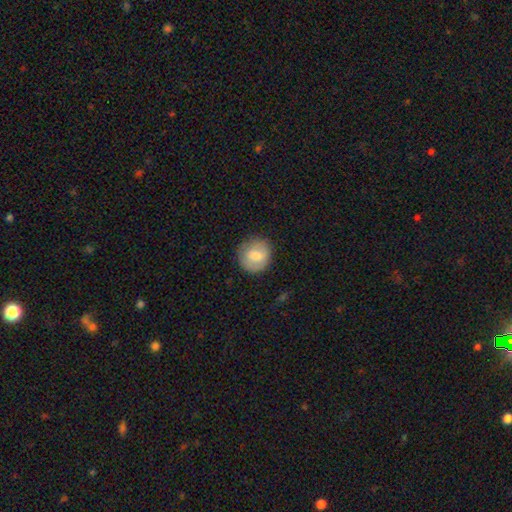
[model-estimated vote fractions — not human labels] smooth 73%, featured or disk 20%, star or artifact 7%. Down the decision tree: how rounded — round (88%); merging — none (85%).